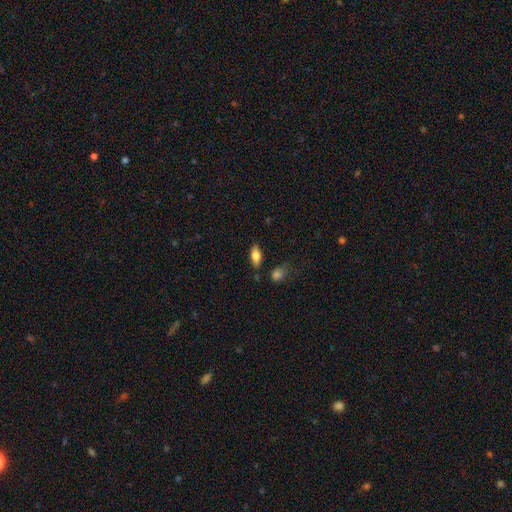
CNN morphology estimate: type=smooth (72%); roundness=in between (81%); merging=none (77%).